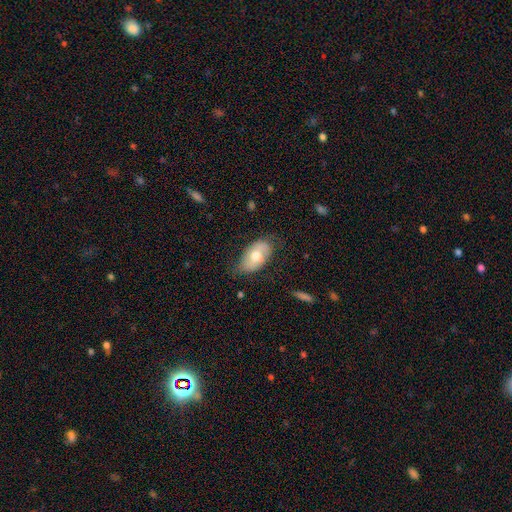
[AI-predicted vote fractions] Smooth or featured: smooth — 62% (featured or disk — 32%)
How rounded: in between — 93% (round — 5%)
Merging: none — 67% (minor disturbance — 25%)